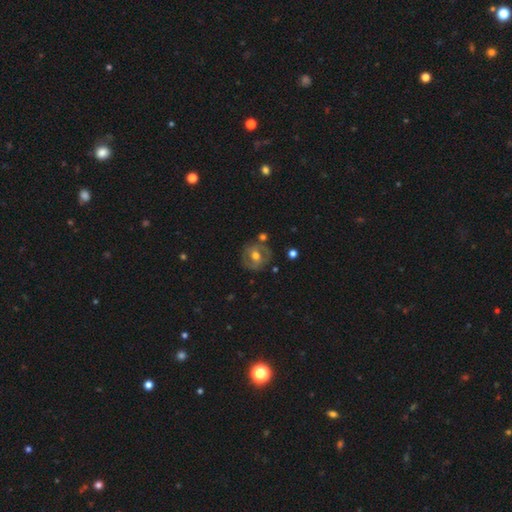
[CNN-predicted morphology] A featured or disk galaxy (54%) with no bar (46%), no spiral arms (59%) and a moderate central bulge (78%).

Vote fractions:
- Smooth or featured? featured or disk: 54% / smooth: 38% / star or artifact: 8%
- Edge-on disk? no: 95% / yes: 5%
- Bar? no: 46% / weak: 37% / strong: 17%
- Spiral arms? no: 59% / yes: 41%
- Bulge size? moderate: 78% / small: 12% / large: 9% / none: 1% / dominant: 1%
- Merging? none: 74% / minor disturbance: 15% / merger: 6% / major disturbance: 5%